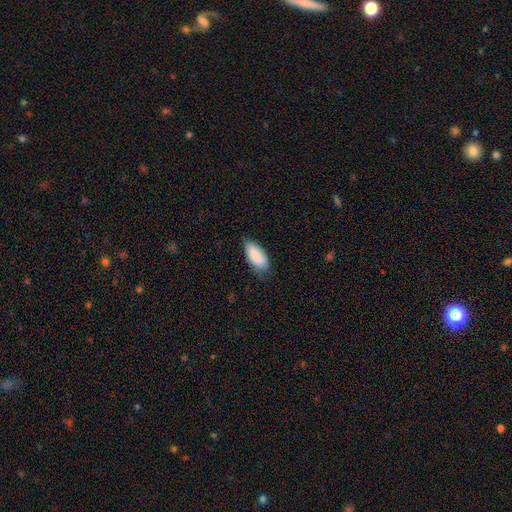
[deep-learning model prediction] Q: Smooth or featured?
A: smooth (86%); runner-up: featured or disk (8%)
Q: How rounded?
A: in between (90%); runner-up: cigar-shaped (8%)
Q: Merging?
A: none (65%); runner-up: minor disturbance (29%)